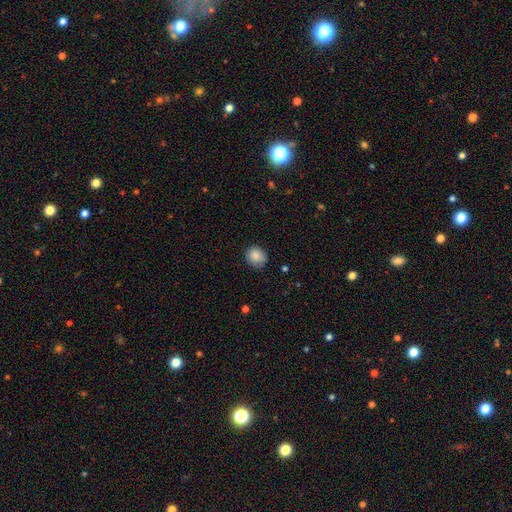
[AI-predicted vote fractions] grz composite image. It shows a smooth galaxy with no disk features (87%) that is round (76%). Merging: none (79%).